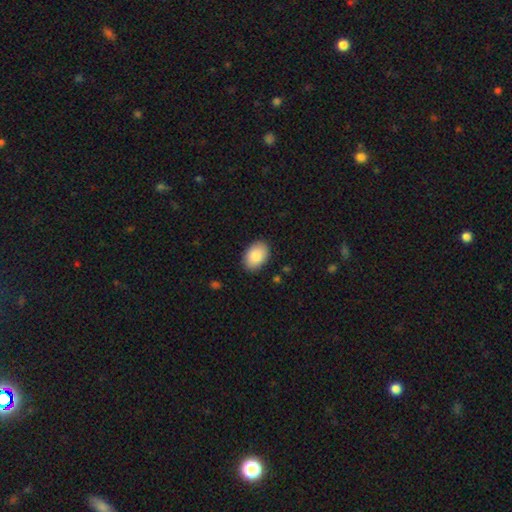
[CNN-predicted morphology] This appears to be a smooth galaxy with no disk features (87%) that is in between round and cigar-shaped (85%). Merging: none (87%).